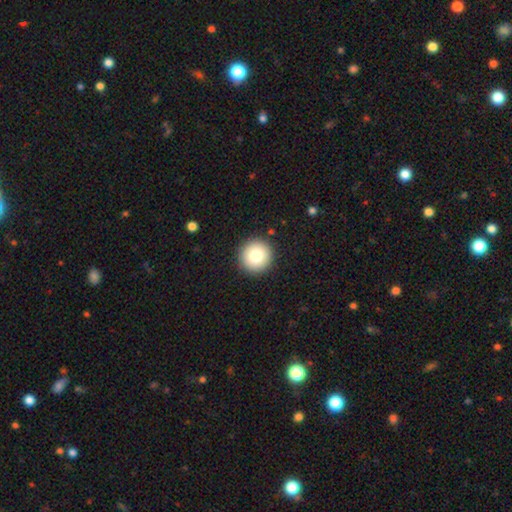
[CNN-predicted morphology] Smooth or featured? smooth (80%)
How rounded? round (96%)
Merging? none (92%)